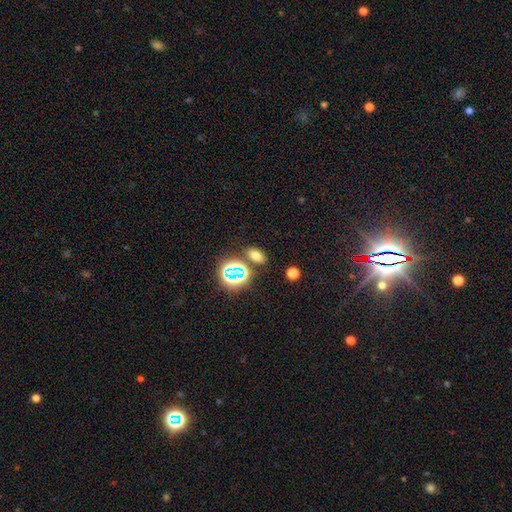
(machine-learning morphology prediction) smooth-or-featured: smooth: 66% | star or artifact: 25% | featured or disk: 8%
  how-rounded: in between: 82% | round: 15% | cigar-shaped: 3%
  merging: none: 81% | minor disturbance: 9% | merger: 7% | major disturbance: 3%